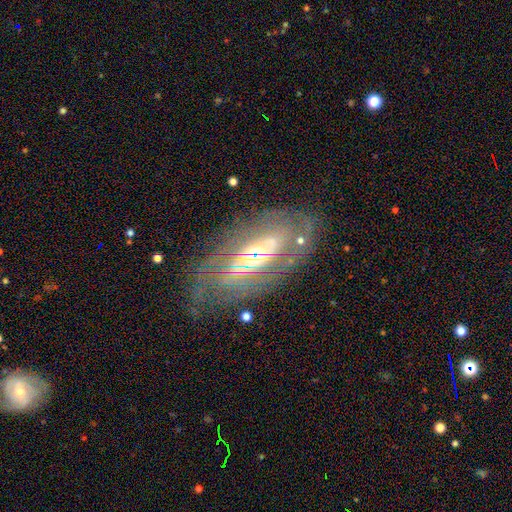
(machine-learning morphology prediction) smooth-or-featured: featured or disk: 73% | smooth: 16% | star or artifact: 10%
  disk-edge-on: no: 85% | yes: 15%
    bar: no: 67% | weak: 22% | strong: 11%
    has-spiral-arms: yes: 66% | no: 34%
    bulge-size: moderate: 55% | small: 27% | large: 13% | dominant: 3% | none: 3%
  merging: none: 71% | minor disturbance: 18% | major disturbance: 9% | merger: 2%